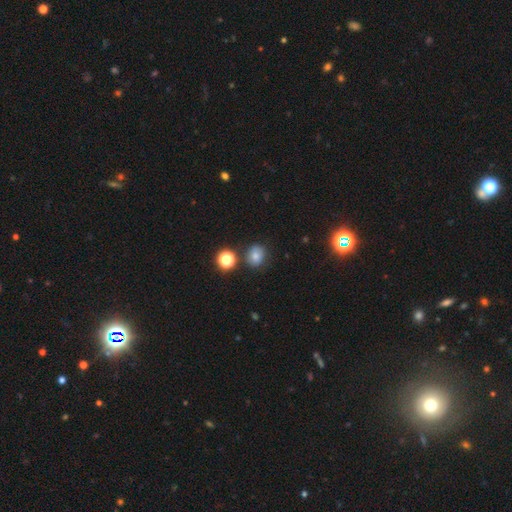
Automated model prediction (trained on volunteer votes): Smooth or featured?
  - smooth: 75% *
  - star or artifact: 16%
  - featured or disk: 9%
How rounded?
  - round: 68% *
  - in between: 31%
  - cigar-shaped: 1%
Merging?
  - none: 77% *
  - minor disturbance: 13%
  - merger: 7%
  - major disturbance: 4%